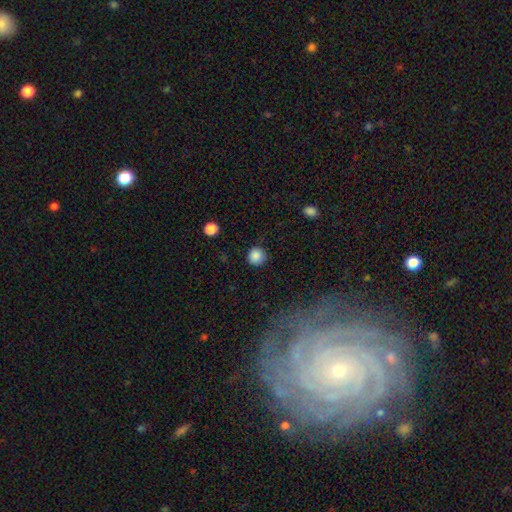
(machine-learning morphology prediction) smooth 87%, star or artifact 10%, featured or disk 3%. Down the decision tree: how rounded — round (94%); merging — none (89%).